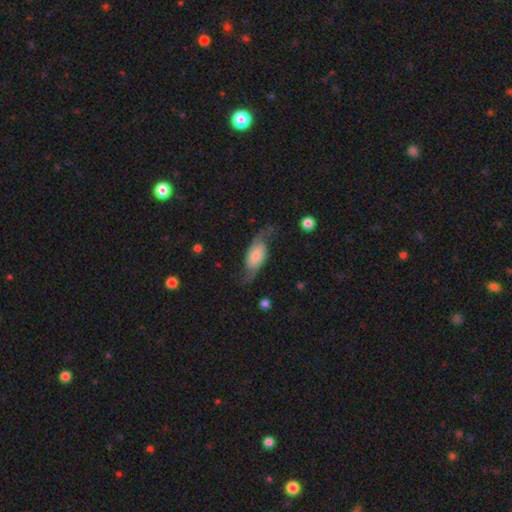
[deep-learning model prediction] Overall: featured or disk (71%). Edge-on disk: no (92%). Bar: no (60%; weak 31%). Spiral arms: yes (93%). Spiral arm count: 2 (91%). Spiral winding: loose (61%; medium 29%). Bulge size: small (39%, tied with moderate). Merging: none (67%).